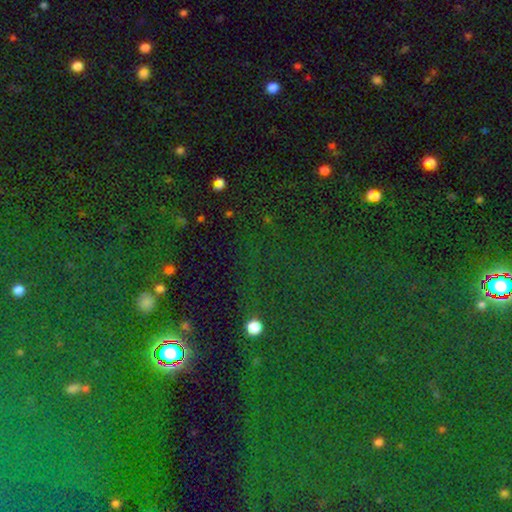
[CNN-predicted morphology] The model was most divided on "smooth or featured": star or artifact: 80%, smooth: 12%, featured or disk: 8%.